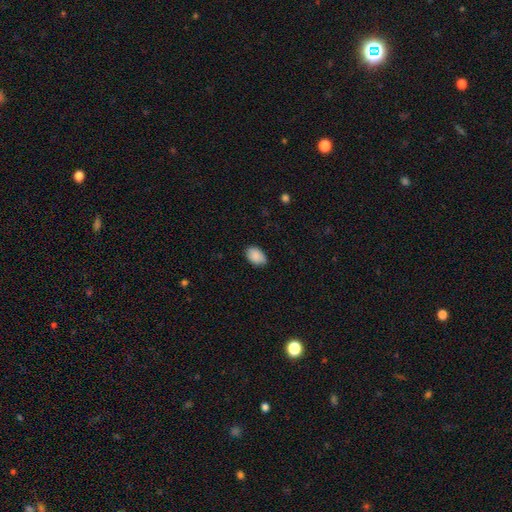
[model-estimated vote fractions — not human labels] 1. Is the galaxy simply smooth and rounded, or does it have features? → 89% smooth, 7% star or artifact, 4% featured or disk.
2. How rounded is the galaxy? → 86% in between, 13% round, 1% cigar-shaped.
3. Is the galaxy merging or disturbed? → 80% none, 16% minor disturbance, 3% major disturbance, 1% merger.